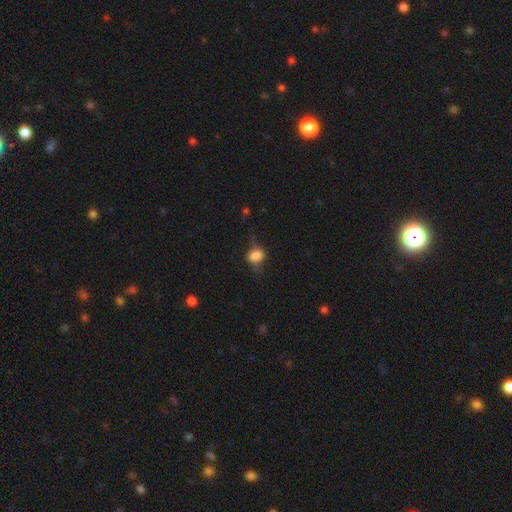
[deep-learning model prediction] Smooth or featured?
  - smooth: 72% *
  - featured or disk: 17%
  - star or artifact: 10%
How rounded?
  - in between: 56% *
  - round: 42%
  - cigar-shaped: 3%
Merging?
  - none: 50% *
  - minor disturbance: 31%
  - major disturbance: 17%
  - merger: 2%